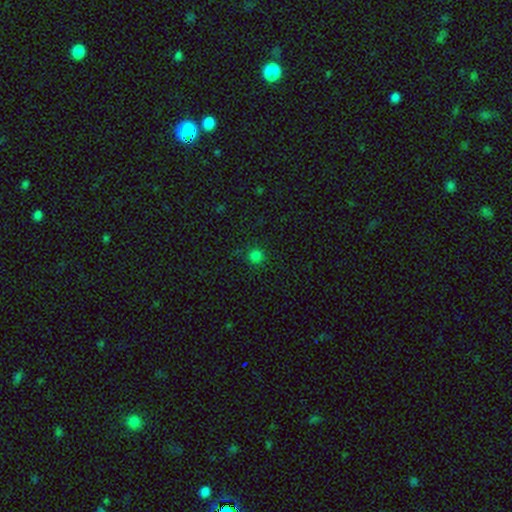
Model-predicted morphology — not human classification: A smooth galaxy with no disk features (78%) that is round (93%).

Vote fractions:
- Smooth or featured? smooth: 78% / star or artifact: 19% / featured or disk: 4%
- How rounded? round: 93% / in between: 6% / cigar-shaped: 1%
- Merging? none: 87% / minor disturbance: 8% / major disturbance: 3% / merger: 1%